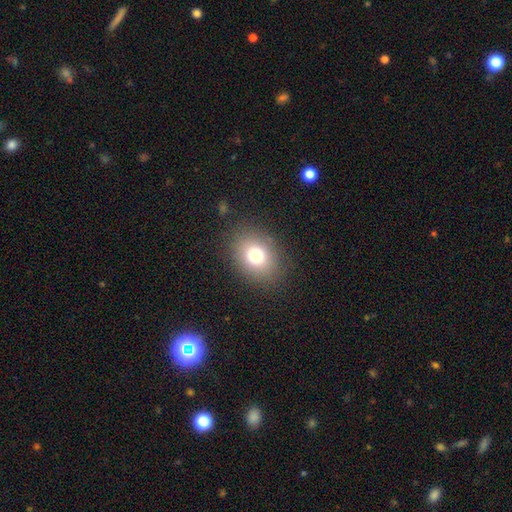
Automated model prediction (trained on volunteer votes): This is likely a smooth galaxy (75%). How rounded: possibly in between (50%). Merging: clearly none (85%).